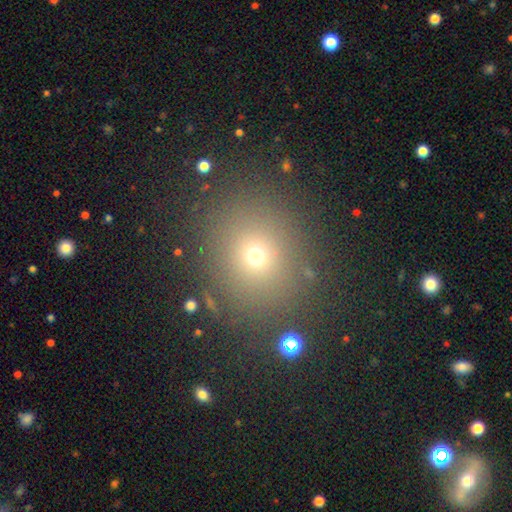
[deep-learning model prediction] smooth_or_featured: smooth (p=0.64) [alt: star or artifact p=0.27]
how_rounded: round (p=0.82) [alt: in between p=0.17]
merging: none (p=0.86) [alt: minor disturbance p=0.08]